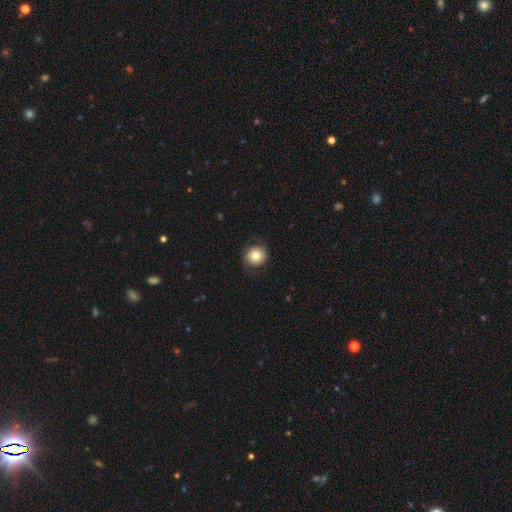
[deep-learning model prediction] Smooth or featured: smooth — 80% (featured or disk — 11%)
How rounded: round — 89% (in between — 10%)
Merging: none — 85% (minor disturbance — 11%)